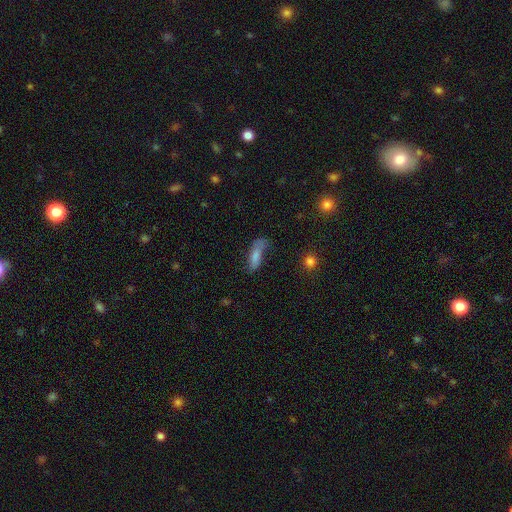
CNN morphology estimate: This appears to be a smooth galaxy with no disk features (74%) that is in between round and cigar-shaped (49%). Merging: none (42%).